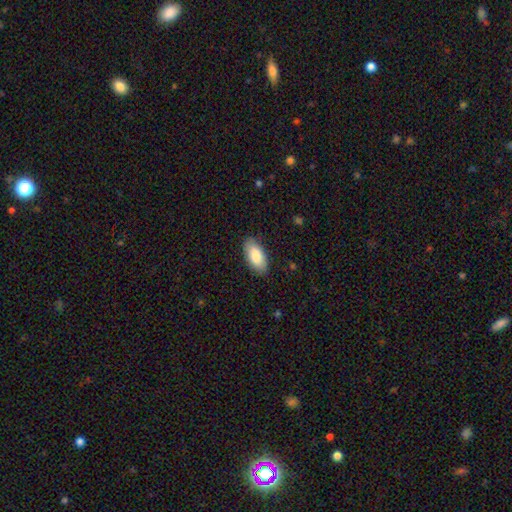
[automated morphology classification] This appears to be a smooth galaxy with no disk features (85%) that is in between round and cigar-shaped (92%). Merging: none (86%).